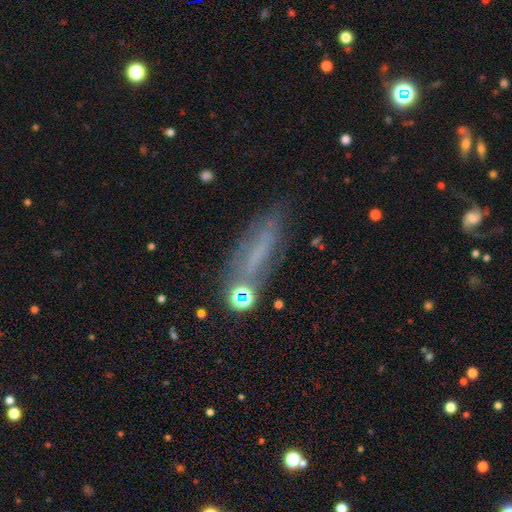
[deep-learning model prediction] A smooth galaxy with no disk features (43%). Merging: none (61%).